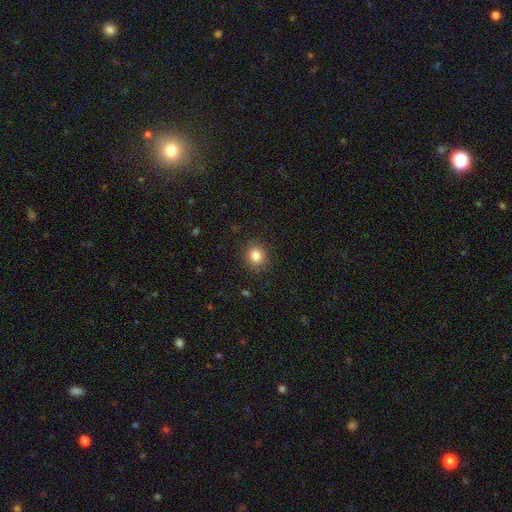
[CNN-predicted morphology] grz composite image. It shows a smooth galaxy with no disk features (83%) that is round (78%). Merging: none (89%).